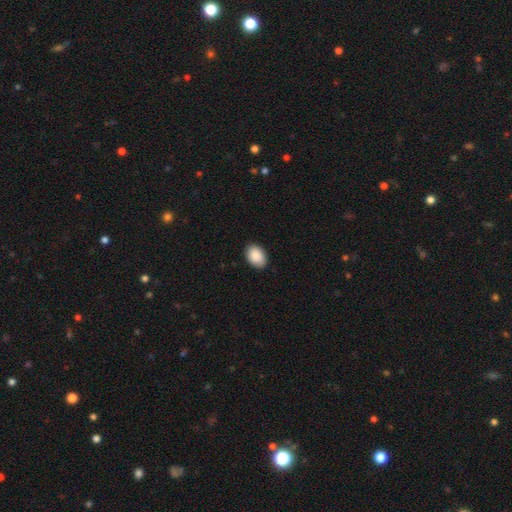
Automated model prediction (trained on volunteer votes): smooth_or_featured: smooth (p=0.90) [alt: star or artifact p=0.06]
how_rounded: in between (p=0.84) [alt: round p=0.15]
merging: none (p=0.88) [alt: minor disturbance p=0.09]